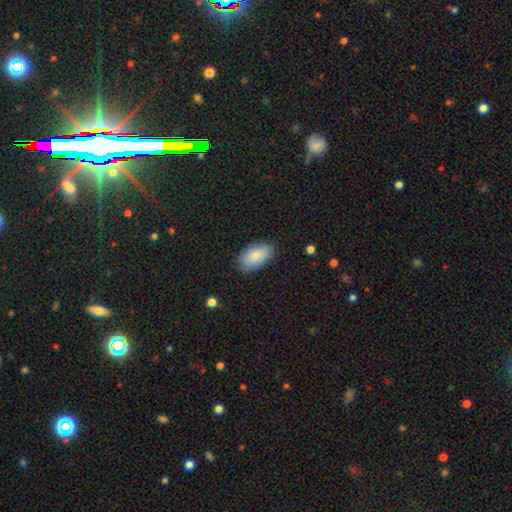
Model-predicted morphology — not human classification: This is clearly a smooth galaxy (87%). How rounded: clearly in between (94%). Merging: clearly none (83%).